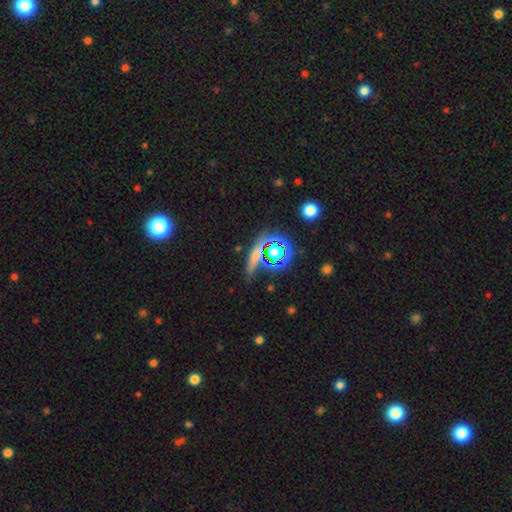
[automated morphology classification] Smooth or featured: smooth — 43% (star or artifact — 35%)
Merging: none — 73% (minor disturbance — 14%)